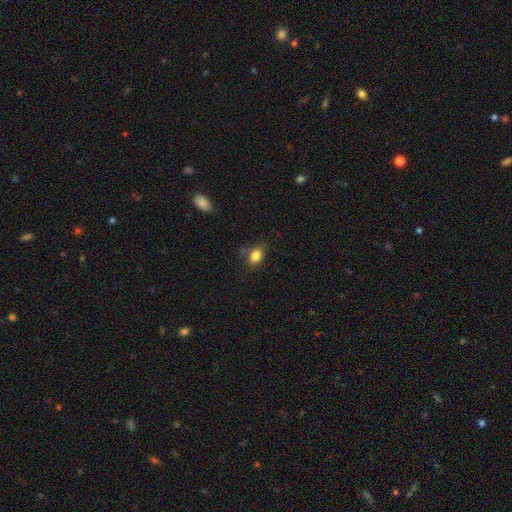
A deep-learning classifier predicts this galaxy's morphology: Smooth or featured?
  - smooth: 83% *
  - star or artifact: 10%
  - featured or disk: 7%
How rounded?
  - in between: 70% *
  - round: 29%
  - cigar-shaped: 1%
Merging?
  - none: 75% *
  - minor disturbance: 18%
  - major disturbance: 4%
  - merger: 3%